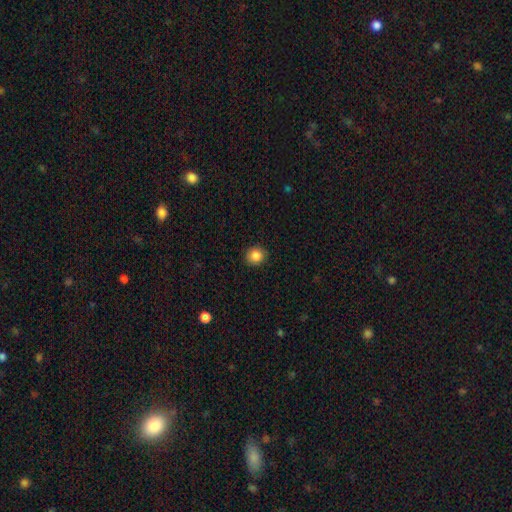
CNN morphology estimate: This is clearly a smooth galaxy (87%). How rounded: clearly round (82%). Merging: clearly none (88%).